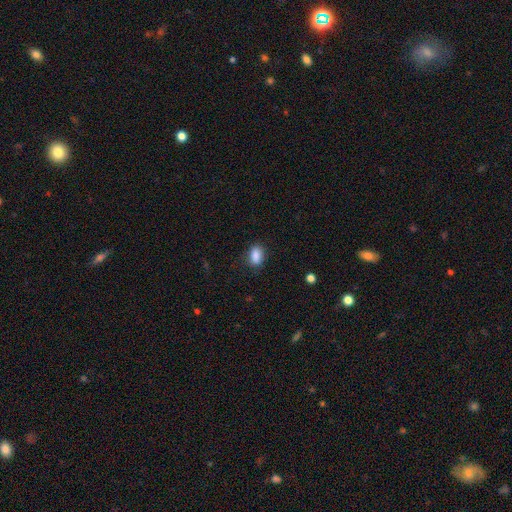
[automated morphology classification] smooth-or-featured: smooth: 87% | star or artifact: 8% | featured or disk: 4%
  how-rounded: in between: 87% | round: 11% | cigar-shaped: 3%
  merging: none: 80% | minor disturbance: 15% | major disturbance: 4% | merger: 1%